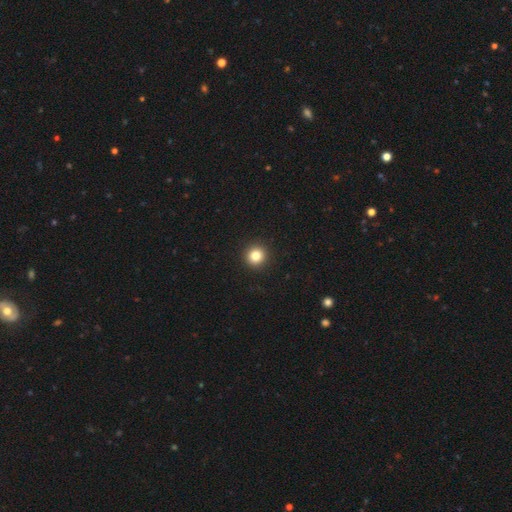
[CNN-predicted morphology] Smooth or featured? smooth (84%)
How rounded? round (94%)
Merging? none (93%)